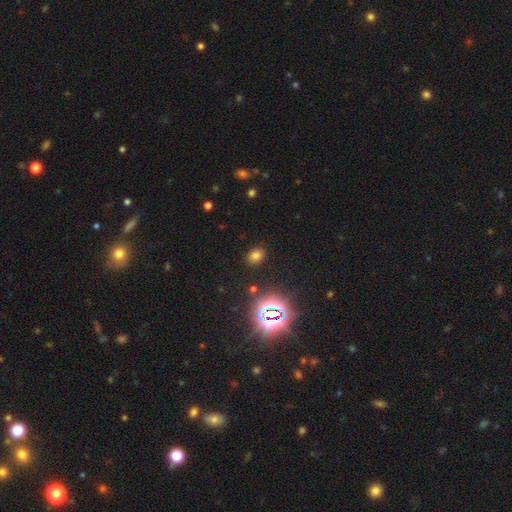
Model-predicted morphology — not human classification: Overall: smooth (69%). How rounded: in between (64%; round 34%). Merging: none (87%).